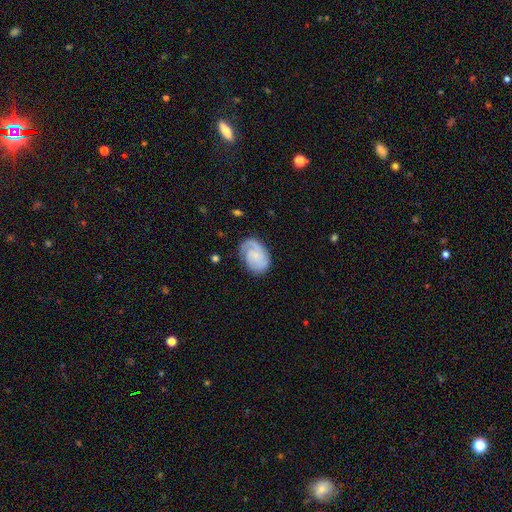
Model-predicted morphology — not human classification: This appears to be a featured or disk galaxy (69%) with no bar (70%), 2 (40%) tight (54%) spiral arms (94%) and a small central bulge (62%). Merging: none (70%).